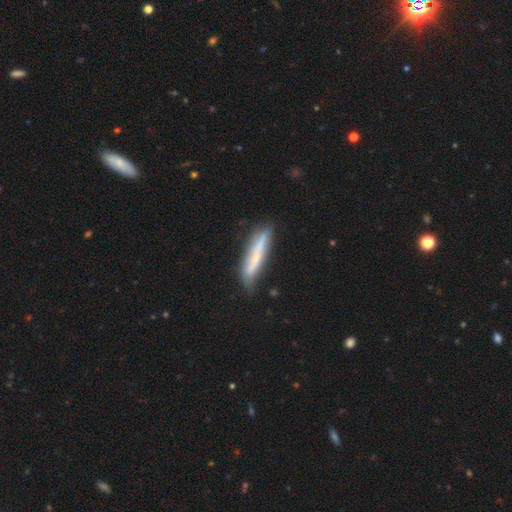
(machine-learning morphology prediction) This appears to be a smooth galaxy with no disk features (54%) that is cigar-shaped (90%). Merging: none (73%).